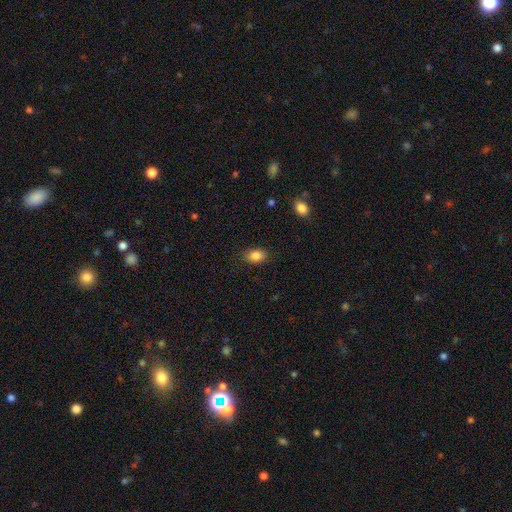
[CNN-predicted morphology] The model was most divided on "how rounded": in between: 80%, round: 18%, cigar-shaped: 1%. More confident: smooth or featured — smooth (85%); merging — none (85%).